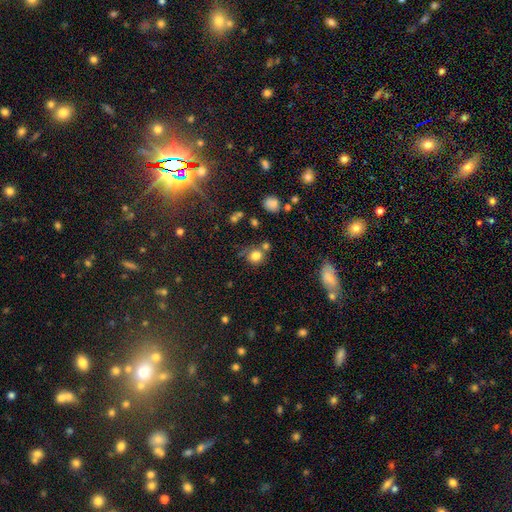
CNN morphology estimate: Smooth or featured: smooth — 80% (star or artifact — 13%)
How rounded: round — 84% (in between — 15%)
Merging: none — 62% (merger — 18%)